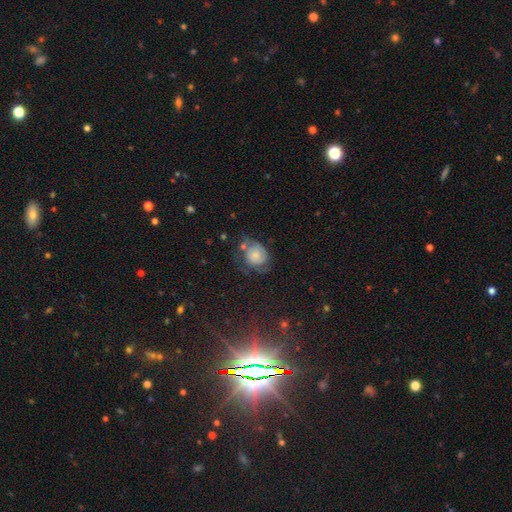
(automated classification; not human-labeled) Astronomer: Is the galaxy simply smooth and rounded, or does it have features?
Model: smooth — 52% (runner-up: featured or disk, 37%).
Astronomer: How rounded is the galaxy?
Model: round — 67%.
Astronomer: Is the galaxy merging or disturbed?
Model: none — 40% (runner-up: minor disturbance, 30%).